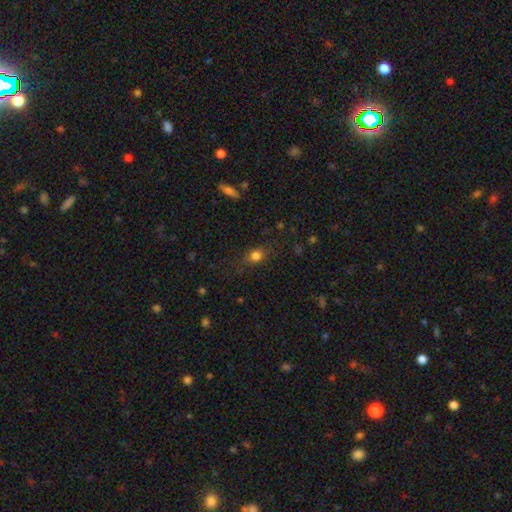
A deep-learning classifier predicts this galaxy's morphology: type=smooth (77%); roundness=in between (49%); merging=none (75%).